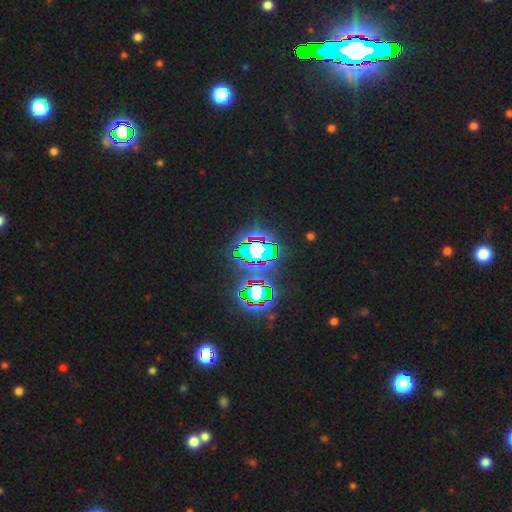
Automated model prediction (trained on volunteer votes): Smooth or featured? star or artifact (80%)